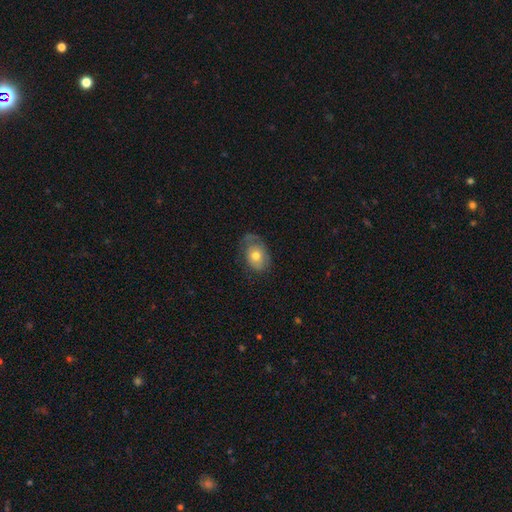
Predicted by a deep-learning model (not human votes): smooth_or_featured: smooth (p=0.62) [alt: featured or disk p=0.30]
how_rounded: in between (p=0.78) [alt: round p=0.21]
merging: none (p=0.52) [alt: minor disturbance p=0.31]